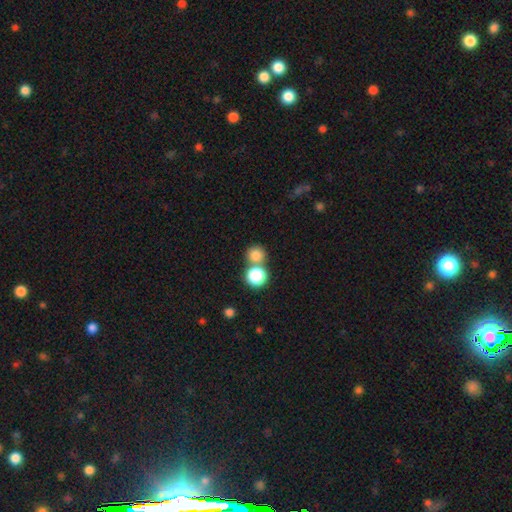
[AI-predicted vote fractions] Overall: smooth (80%). How rounded: round (89%). Merging: none (55%; merger 37%).